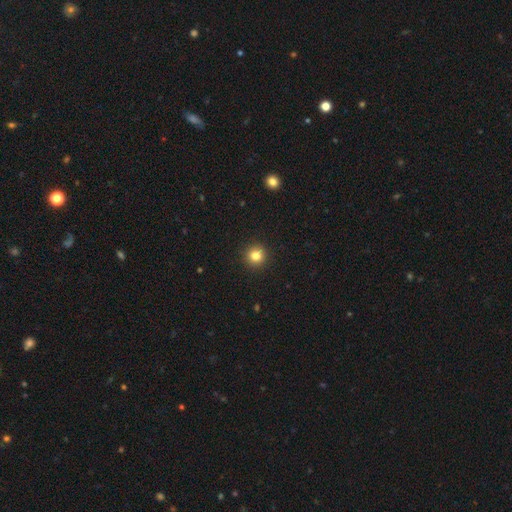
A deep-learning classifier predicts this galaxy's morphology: smooth_or_featured: smooth (p=0.82) [alt: star or artifact p=0.12]
how_rounded: round (p=0.94) [alt: in between p=0.05]
merging: none (p=0.93) [alt: minor disturbance p=0.04]